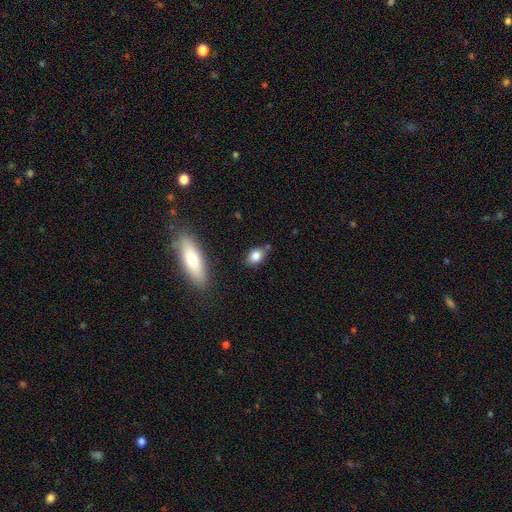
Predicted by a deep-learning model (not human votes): Smooth or featured? smooth (82%)
How rounded? in between (76%)
Merging? none (76%)